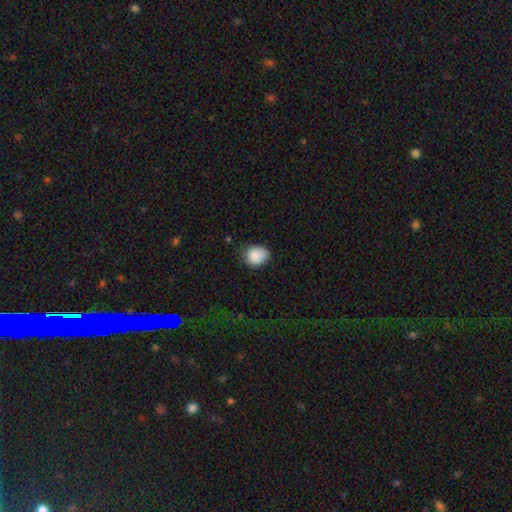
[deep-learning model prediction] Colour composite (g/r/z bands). It shows a smooth galaxy with no disk features (88%) that is round (60%). Merging: none (68%).